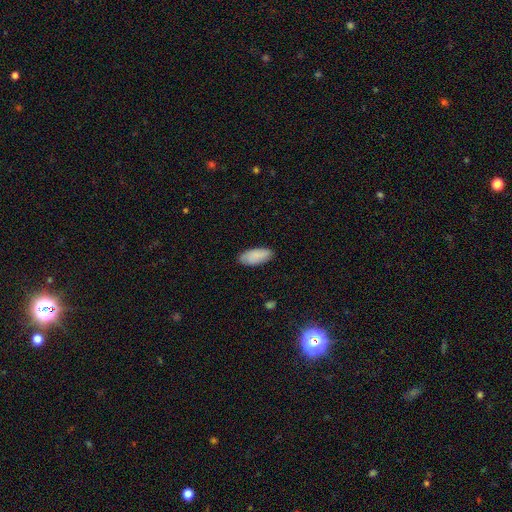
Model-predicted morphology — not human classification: Smooth or featured? Predicted: smooth (p=0.87). How rounded? Predicted: in between (p=0.88). Merging? Predicted: none (p=0.85).